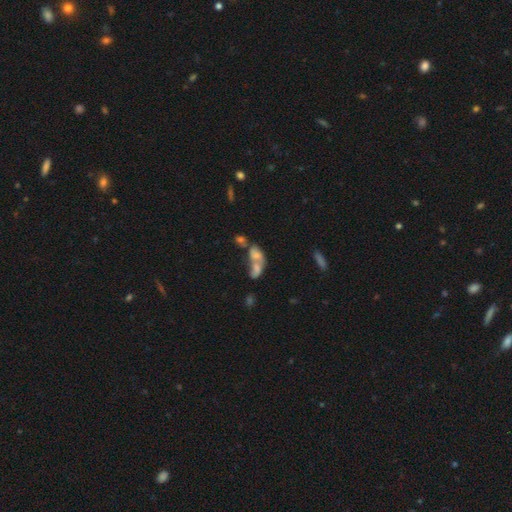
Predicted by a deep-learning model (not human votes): smooth 53%, featured or disk 30%, star or artifact 17%. Down the decision tree: how rounded — in between (75%); merging — merger (68%).